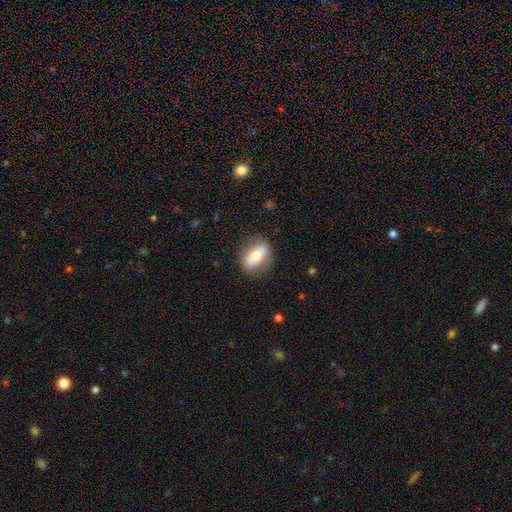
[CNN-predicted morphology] A smooth galaxy with no disk features (61%) that is in between round and cigar-shaped (80%).

Vote fractions:
- Smooth or featured? smooth: 61% / featured or disk: 32% / star or artifact: 7%
- How rounded? in between: 80% / round: 14% / cigar-shaped: 6%
- Merging? none: 77% / minor disturbance: 16% / major disturbance: 6% / merger: 2%